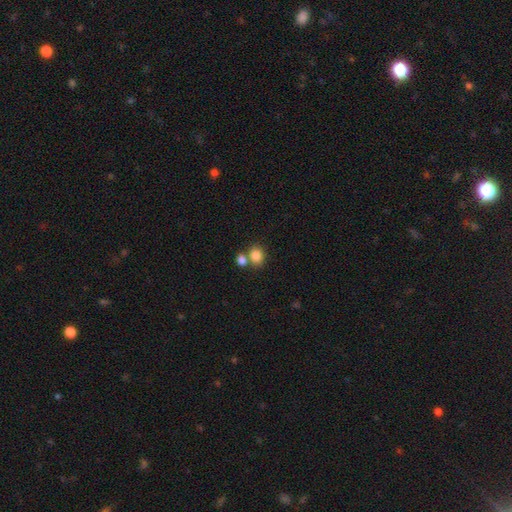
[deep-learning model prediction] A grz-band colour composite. It shows a smooth galaxy with no disk features (84%) that is round (58%). Merging: none (52%).